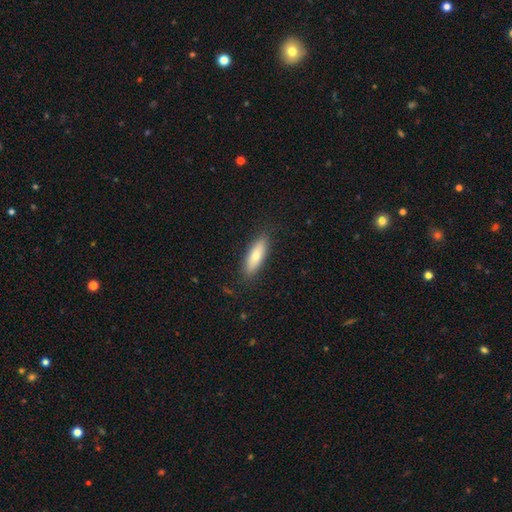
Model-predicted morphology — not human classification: This appears to be a smooth galaxy with no disk features (73%) that is in between round and cigar-shaped (57%). Merging: none (87%).